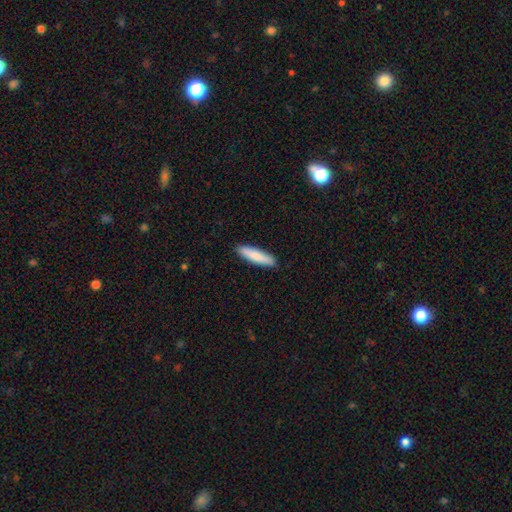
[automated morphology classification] Smooth or featured? smooth (83%)
How rounded? cigar-shaped (79%)
Merging? none (90%)